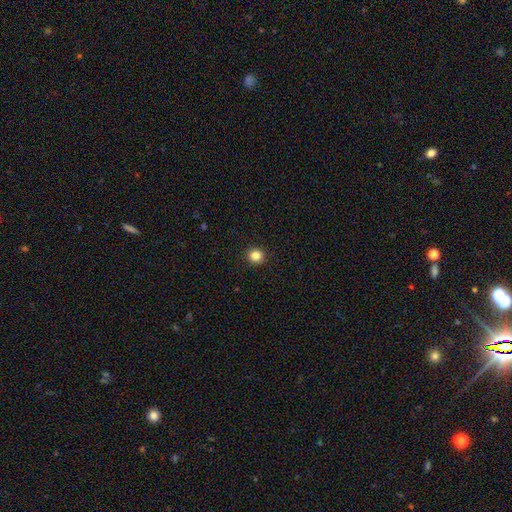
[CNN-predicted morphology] Overall: smooth (85%). How rounded: round (93%). Merging: none (93%).